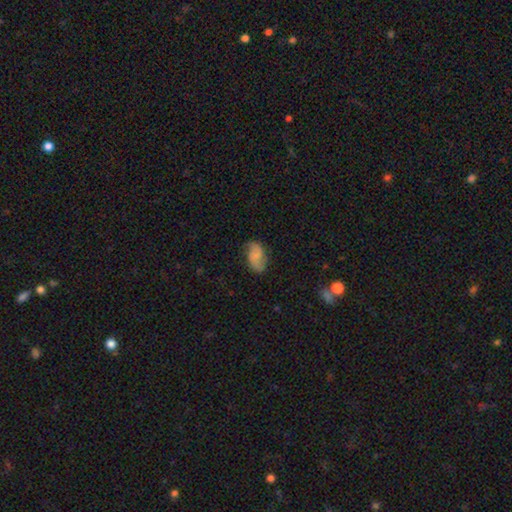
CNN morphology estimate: smooth 52%, featured or disk 40%, star or artifact 8%. Down the decision tree: how rounded — in between (92%); merging — none (69%).